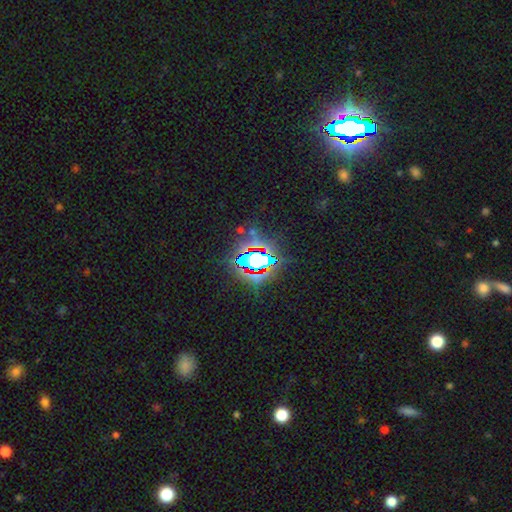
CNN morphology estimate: Smooth or featured? star or artifact (83%)